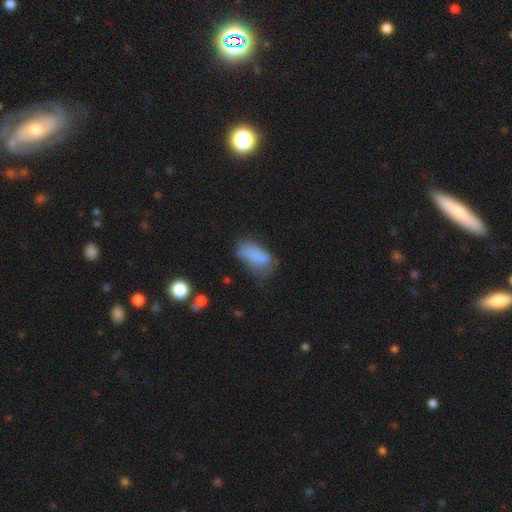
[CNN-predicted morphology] A smooth galaxy with no disk features (75%) that is in between round and cigar-shaped (86%). Merging: none (38%).